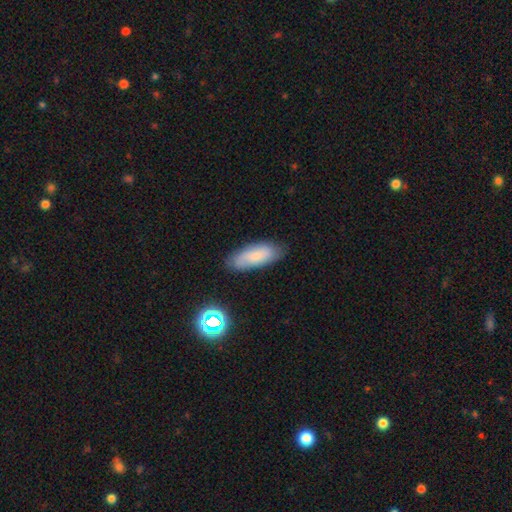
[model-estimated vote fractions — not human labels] Q: Smooth or featured?
A: smooth (69%); runner-up: featured or disk (21%)
Q: How rounded?
A: in between (70%); runner-up: cigar-shaped (27%)
Q: Merging?
A: none (77%); runner-up: minor disturbance (17%)